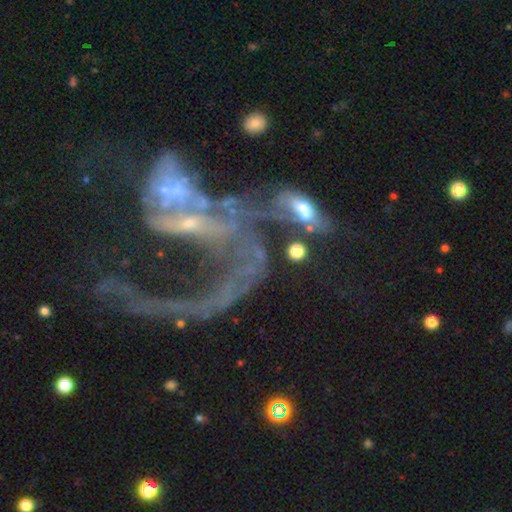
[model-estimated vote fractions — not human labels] featured or disk 53%, smooth 24%, star or artifact 23%. Down the decision tree: edge-on disk — no (86%); merging — merger (38%).